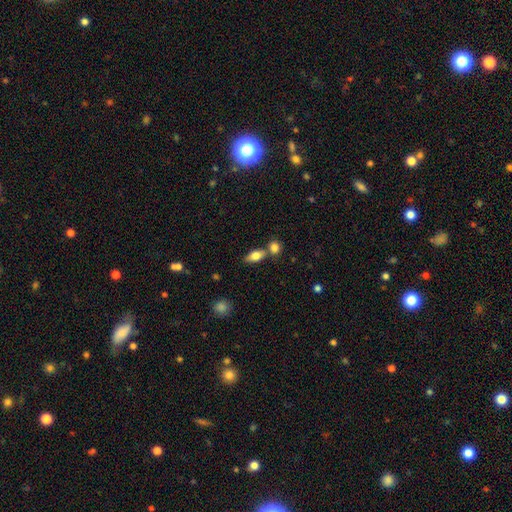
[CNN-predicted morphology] Smooth or featured: smooth — 75% (featured or disk — 17%)
How rounded: in between — 82% (cigar-shaped — 11%)
Merging: none — 57% (merger — 28%)